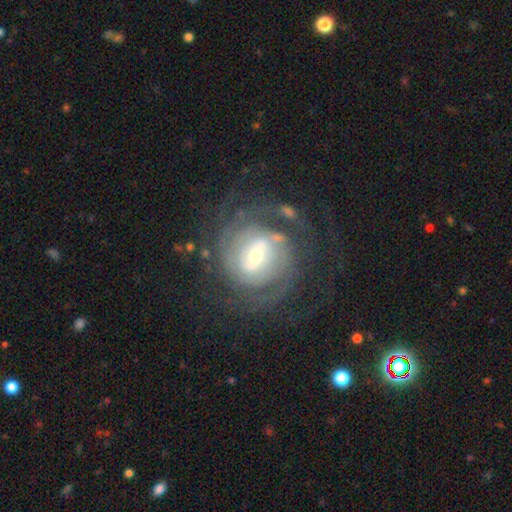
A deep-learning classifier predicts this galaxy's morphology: Smooth or featured? featured or disk (86%)
Edge-on disk? no (97%)
Bar? weak (44%)
Spiral arms? yes (94%)
Spiral winding? tight (63%)
Spiral arm count? 2 (34%)
Bulge size? small (50%)
Merging? none (67%)